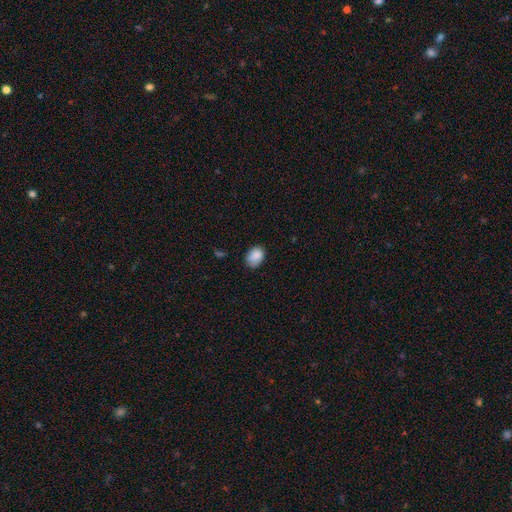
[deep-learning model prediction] smooth 87%, star or artifact 8%, featured or disk 5%. Down the decision tree: how rounded — in between (70%); merging — none (69%).